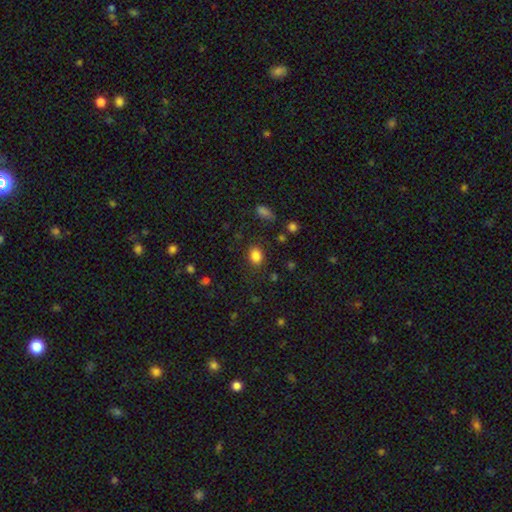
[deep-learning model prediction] Q: Smooth or featured?
A: smooth (84%); runner-up: star or artifact (11%)
Q: How rounded?
A: in between (66%); runner-up: round (33%)
Q: Merging?
A: none (82%); runner-up: minor disturbance (12%)